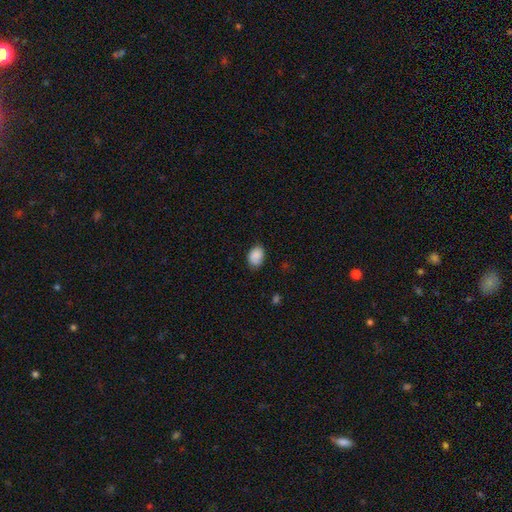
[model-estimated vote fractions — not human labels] This is clearly a smooth galaxy (89%). How rounded: likely in between (79%). Merging: clearly none (81%).